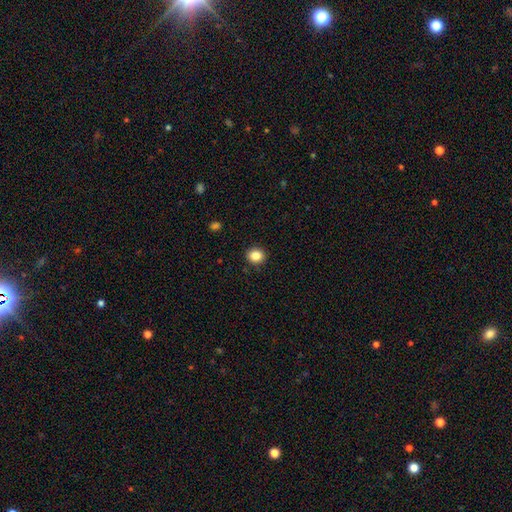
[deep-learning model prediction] Smooth or featured? smooth (85%)
How rounded? round (76%)
Merging? none (91%)